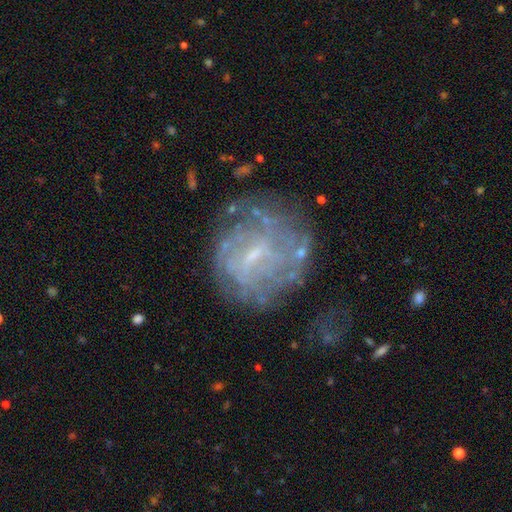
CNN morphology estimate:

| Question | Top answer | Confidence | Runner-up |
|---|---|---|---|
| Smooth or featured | featured or disk | 68% | smooth (21%) |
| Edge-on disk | no | 97% | yes (3%) |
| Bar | weak | 56% | no (29%) |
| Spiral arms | yes | 57% | no (43%) |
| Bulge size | small | 60% | moderate (20%) |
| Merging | none | 65% | minor disturbance (18%) |